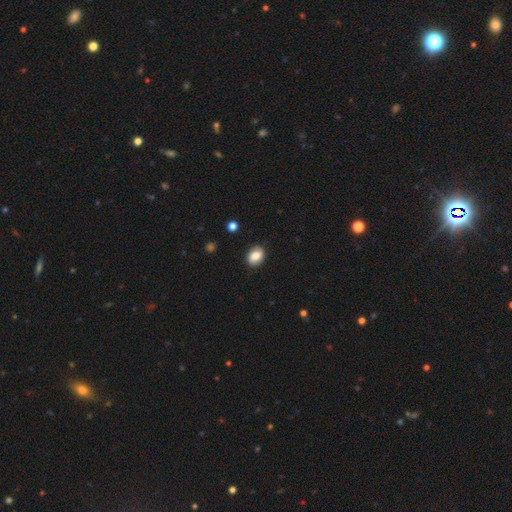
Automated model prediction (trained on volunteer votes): A smooth galaxy with no disk features (80%) that is in between round and cigar-shaped (71%). Merging: none (87%).